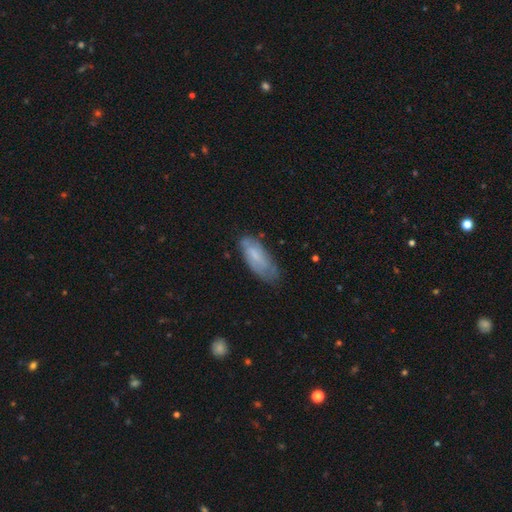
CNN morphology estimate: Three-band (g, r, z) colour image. It shows a smooth galaxy with no disk features (59%) that is in between round and cigar-shaped (74%). Merging: none (59%).